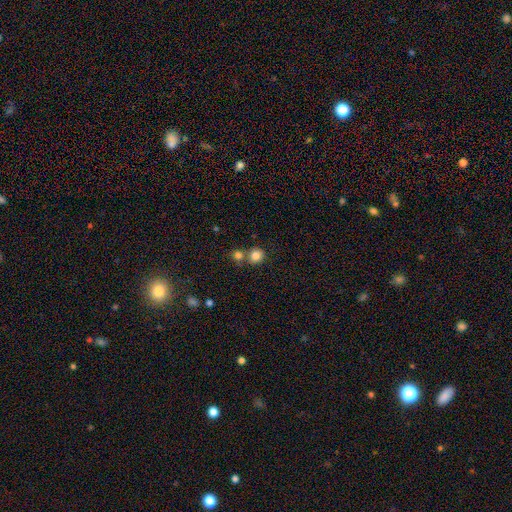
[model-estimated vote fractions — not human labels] Morphology: type=smooth (83%); roundness=round (84%); merging=none (59%).